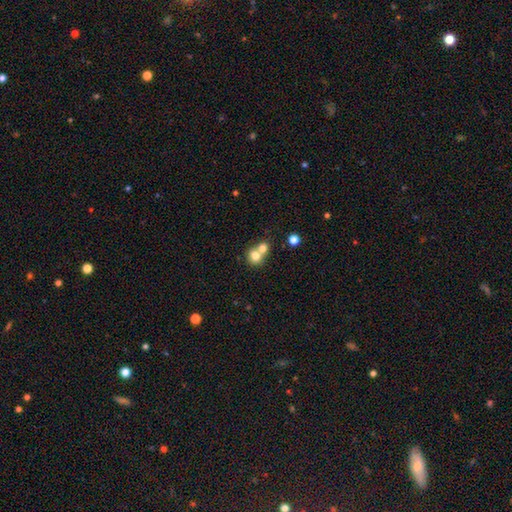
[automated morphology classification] smooth-or-featured: smooth: 75% | featured or disk: 14% | star or artifact: 11%
  how-rounded: round: 77% | in between: 22% | cigar-shaped: 1%
  merging: merger: 60% | none: 33% | minor disturbance: 5% | major disturbance: 2%